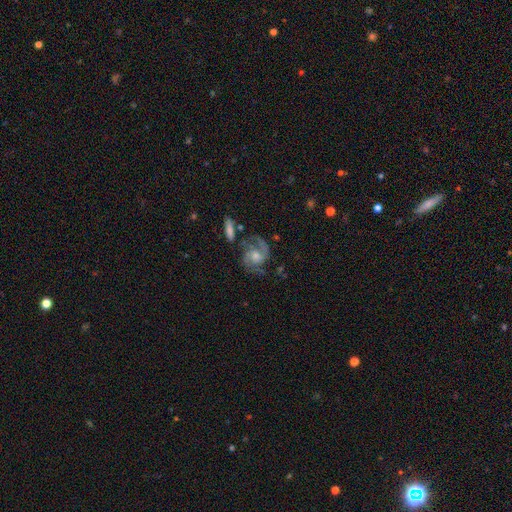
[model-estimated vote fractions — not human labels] This is clearly a featured or disk galaxy (85%). It is clearly not viewed edge-on (97%). Bar: possibly no (59%). Spiral arm pattern: clearly yes (96%). Spiral arm count: likely 2 (78%). Spiral winding: possibly medium (54%). Central bulge: possibly moderate (49%). Merging: possibly none (60%).